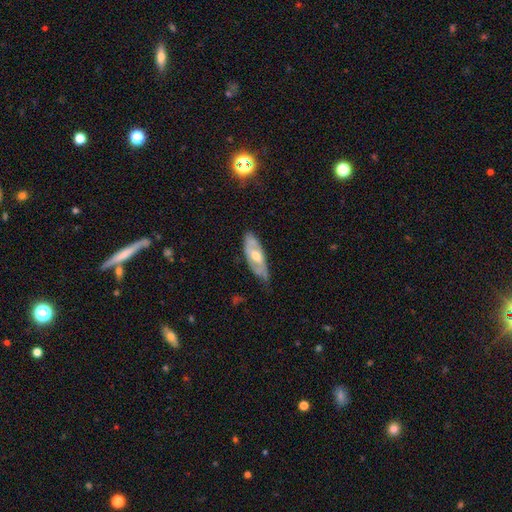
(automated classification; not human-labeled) Smooth or featured? Predicted: featured or disk (p=0.61). Edge-on disk? Predicted: no (p=0.75). Merging? Predicted: none (p=0.63).